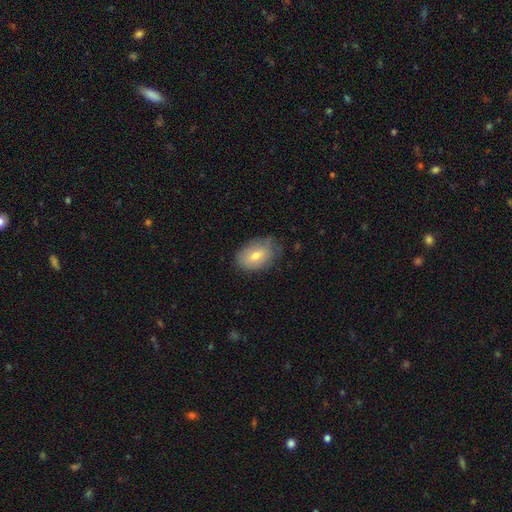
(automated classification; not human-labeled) This appears to be a smooth galaxy with no disk features (70%) that is in between round and cigar-shaped (87%). Merging: none (69%).